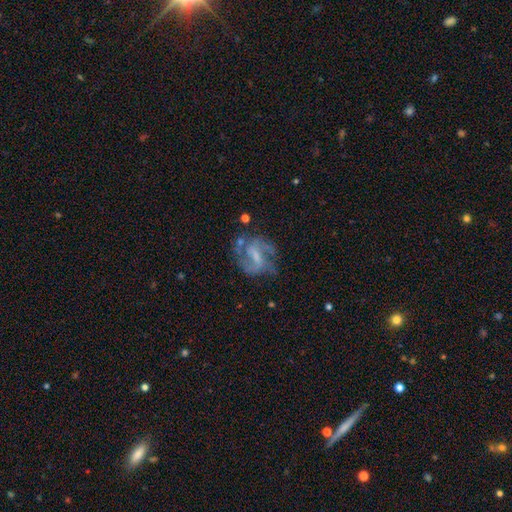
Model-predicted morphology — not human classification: This appears to be a featured or disk galaxy (79%) with a weak bar (50%), 2 (64%) medium (51%) spiral arms (88%) and a small central bulge (36%). Merging: none (57%).